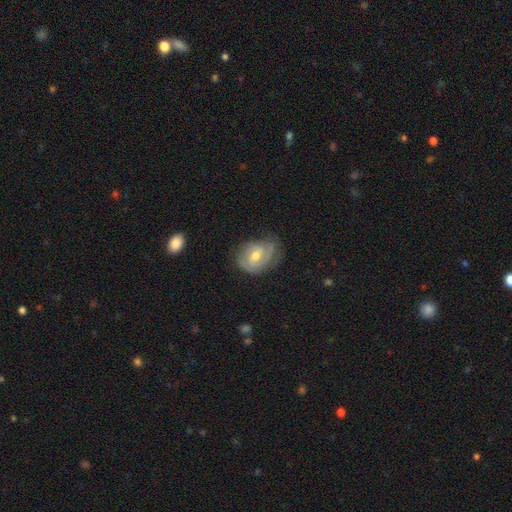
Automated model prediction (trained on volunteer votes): Q: Smooth or featured?
A: featured or disk (73%); runner-up: smooth (21%)
Q: Edge-on disk?
A: no (97%); runner-up: yes (3%)
Q: Bar?
A: weak (46%); runner-up: no (41%)
Q: Spiral arms?
A: yes (87%); runner-up: no (13%)
Q: Spiral winding?
A: tight (52%); runner-up: medium (35%)
Q: Spiral arm count?
A: 2 (48%); runner-up: can't tell (25%)
Q: Bulge size?
A: moderate (67%); runner-up: small (29%)
Q: Merging?
A: none (57%); runner-up: minor disturbance (29%)